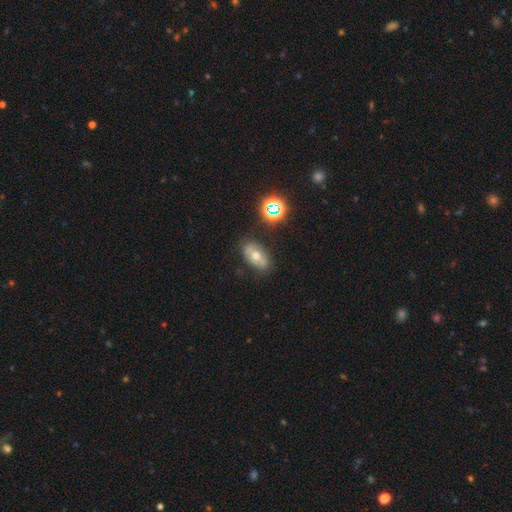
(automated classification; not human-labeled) Q: Smooth or featured?
A: smooth (48%); runner-up: featured or disk (37%)
Q: Merging?
A: none (78%); runner-up: minor disturbance (14%)